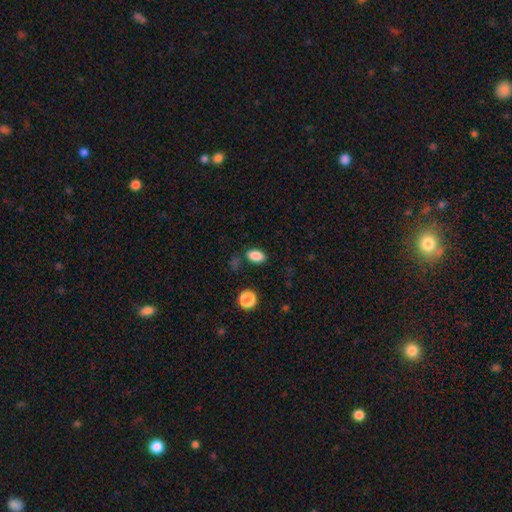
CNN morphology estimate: A smooth galaxy with no disk features (86%) that is in between round and cigar-shaped (88%).

Vote fractions:
- Smooth or featured? smooth: 86% / star or artifact: 10% / featured or disk: 4%
- How rounded? in between: 88% / round: 10% / cigar-shaped: 2%
- Merging? none: 82% / minor disturbance: 12% / major disturbance: 3% / merger: 3%